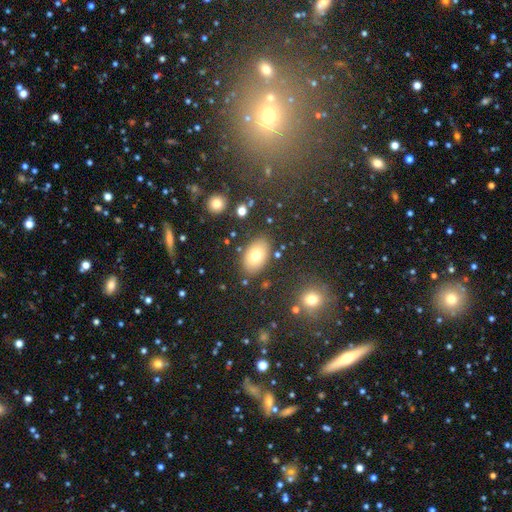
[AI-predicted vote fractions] This is likely a smooth galaxy (74%). How rounded: clearly in between (88%). Merging: clearly none (83%).